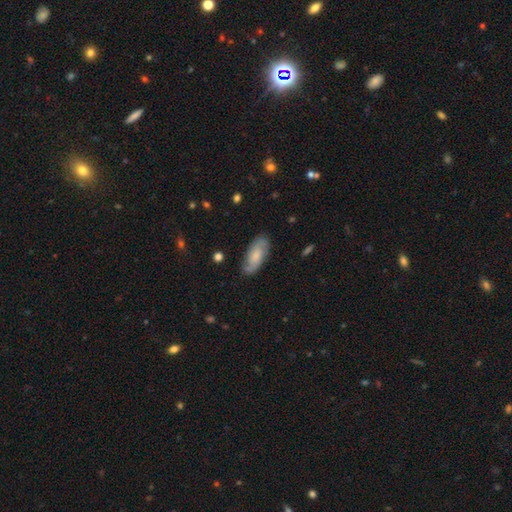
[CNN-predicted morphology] The model was most divided on "smooth or featured": smooth: 49%, featured or disk: 44%, star or artifact: 7%. More confident: merging — none (78%).